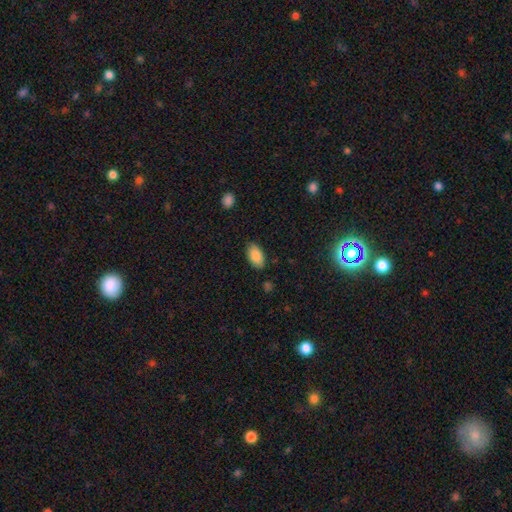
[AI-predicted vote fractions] Morphology: type=smooth (87%); roundness=in between (94%); merging=none (83%).